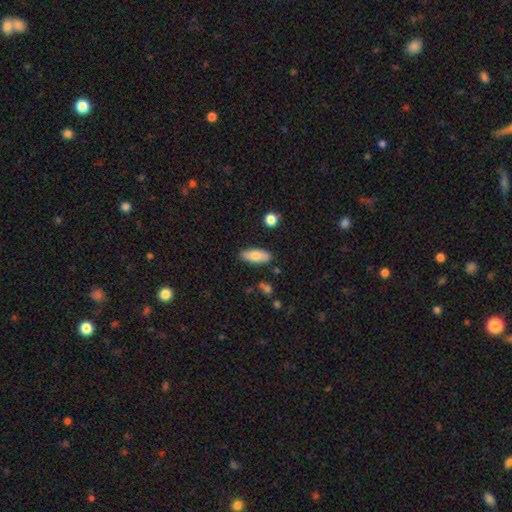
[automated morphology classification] Overall: smooth (77%). How rounded: in between (78%). Merging: none (85%).